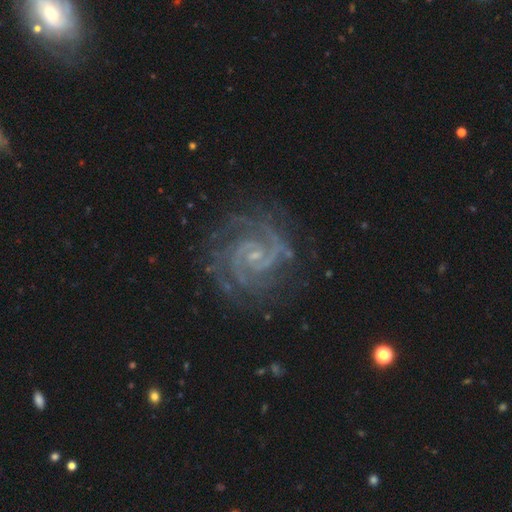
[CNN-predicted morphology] smooth-or-featured: featured or disk: 92% | star or artifact: 6% | smooth: 3%
  disk-edge-on: no: 98% | yes: 2%
    bar: no: 51% | weak: 36% | strong: 13%
    has-spiral-arms: yes: 99% | no: 1%
      spiral-winding: tight: 64% | medium: 32% | loose: 4%
      spiral-arm-count: 2: 69% | 3: 11% | can't tell: 7% | 4: 5% | more than 4: 4% | 1: 4%
    bulge-size: small: 81% | moderate: 10% | none: 7% | large: 1% | dominant: 1%
  merging: none: 78% | minor disturbance: 14% | major disturbance: 6% | merger: 1%